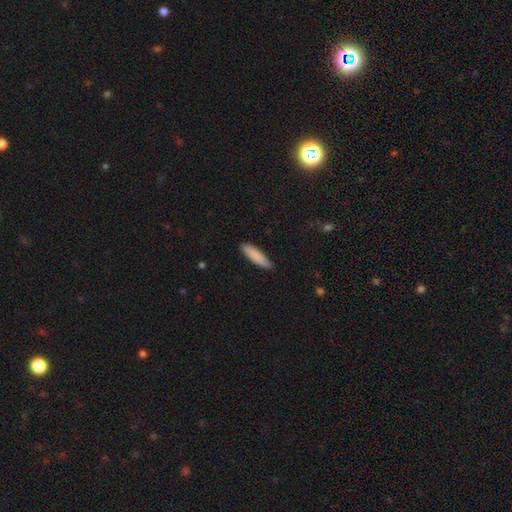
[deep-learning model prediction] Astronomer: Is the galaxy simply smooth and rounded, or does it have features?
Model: smooth — 87%.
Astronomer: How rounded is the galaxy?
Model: cigar-shaped — 71%.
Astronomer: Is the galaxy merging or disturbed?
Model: none — 83%.